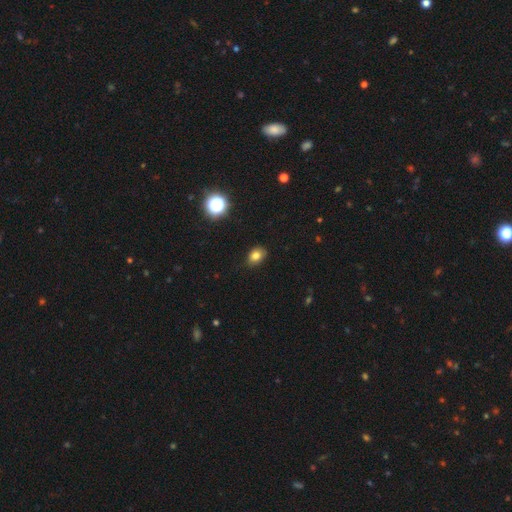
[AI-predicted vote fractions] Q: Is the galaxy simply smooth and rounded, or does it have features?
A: smooth — 79%.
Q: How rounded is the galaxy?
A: in between — 68%.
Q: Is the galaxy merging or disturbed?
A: none — 81%.